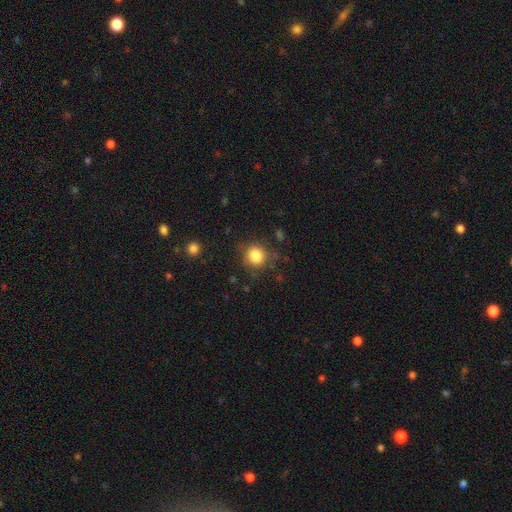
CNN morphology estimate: The model was most divided on "merging": none: 80%, minor disturbance: 13%, major disturbance: 5%, merger: 2%. More confident: how rounded — round (89%); smooth or featured — smooth (83%).